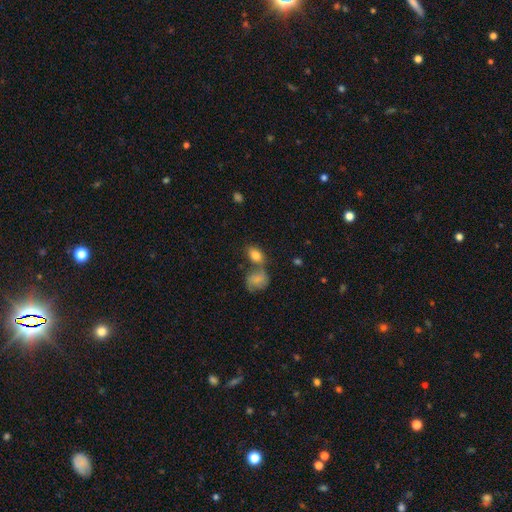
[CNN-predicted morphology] smooth 80%, featured or disk 12%, star or artifact 8%. Down the decision tree: how rounded — in between (83%); merging — merger (41%, tied with none).